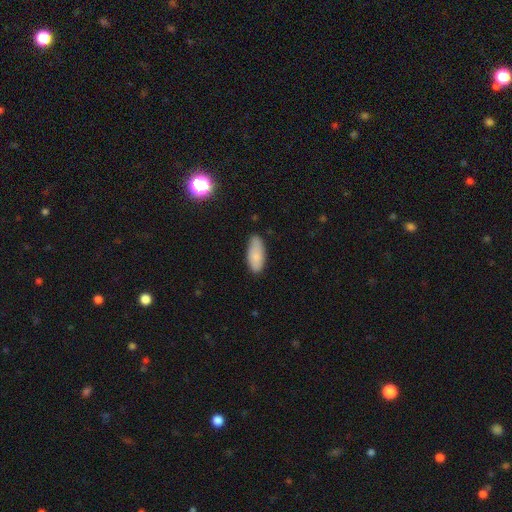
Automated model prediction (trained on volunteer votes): A smooth galaxy with no disk features (84%) that is in between round and cigar-shaped (83%). Merging: none (76%).